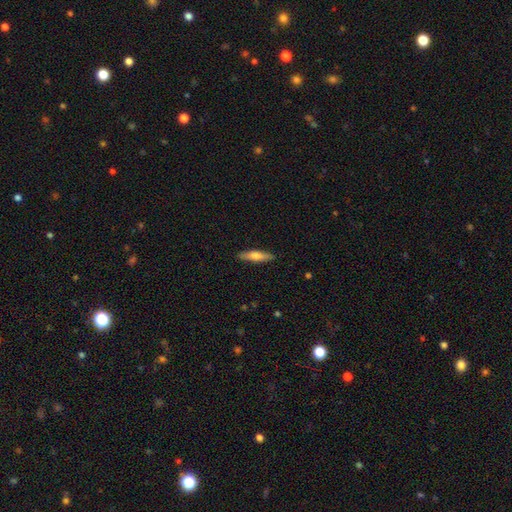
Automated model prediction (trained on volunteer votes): A smooth galaxy with no disk features (62%) that is cigar-shaped (77%). Merging: none (89%).